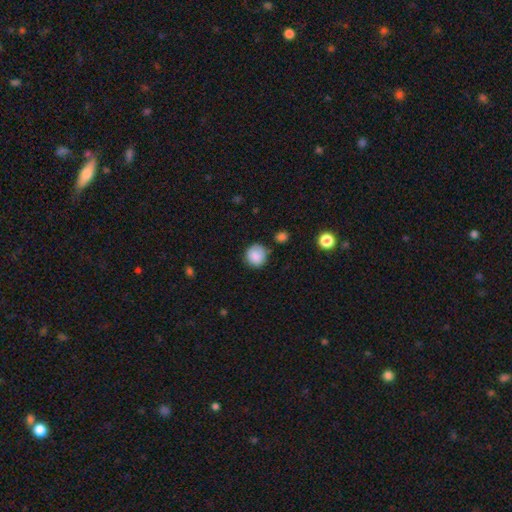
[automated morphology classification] type=smooth (87%); roundness=round (89%); merging=none (78%).